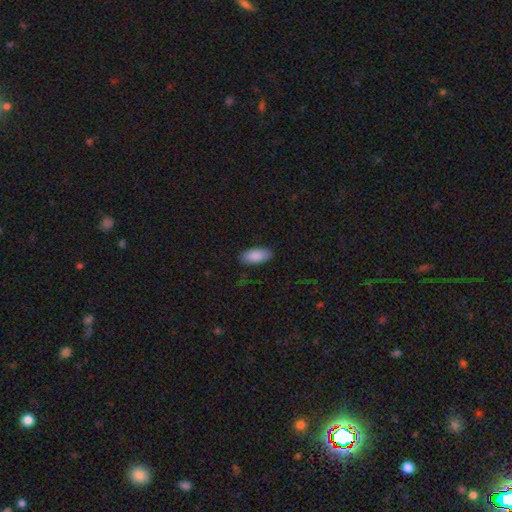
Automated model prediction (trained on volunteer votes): Smooth or featured? Predicted: smooth (p=0.88). How rounded? Predicted: in between (p=0.90). Merging? Predicted: none (p=0.88).